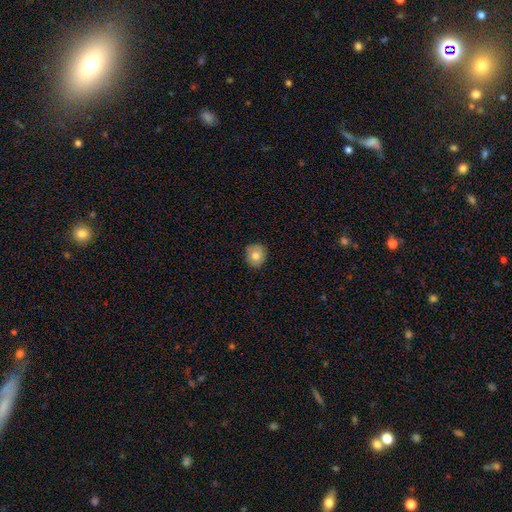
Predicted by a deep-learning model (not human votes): This appears to be a smooth galaxy with no disk features (78%) that is round (83%). Merging: none (85%).